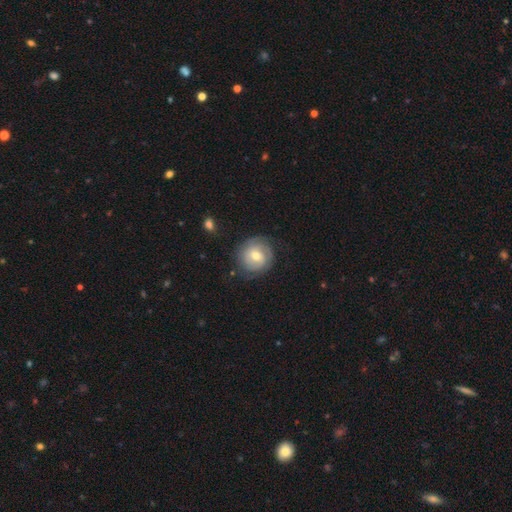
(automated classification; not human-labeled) A featured or disk galaxy (61%) with no bar (55%), spiral arms (84%) and a moderate central bulge (67%). Merging: none (77%).